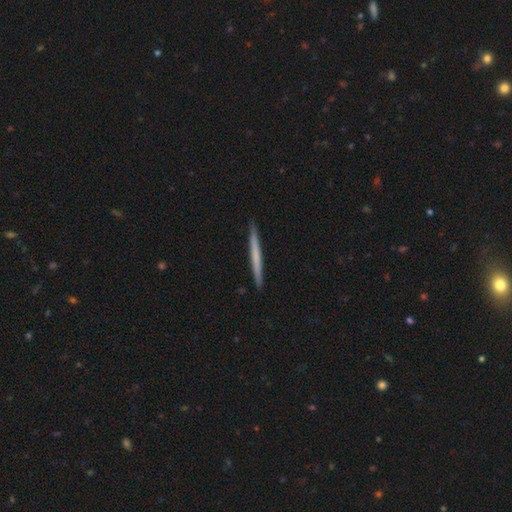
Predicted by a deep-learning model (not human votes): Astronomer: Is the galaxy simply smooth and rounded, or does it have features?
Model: smooth — 55% (runner-up: featured or disk, 40%).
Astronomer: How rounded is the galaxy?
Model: cigar-shaped — 97%.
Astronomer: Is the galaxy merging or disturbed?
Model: none — 93%.